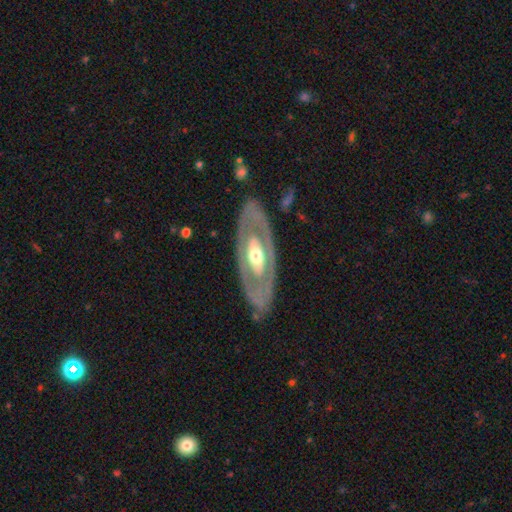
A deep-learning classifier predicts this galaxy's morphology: This is likely a featured or disk galaxy (72%). It is clearly not viewed edge-on (85%). Bar: likely no (78%). Spiral arm pattern: likely no (77%). Central bulge: likely moderate (69%). Merging: clearly none (82%).